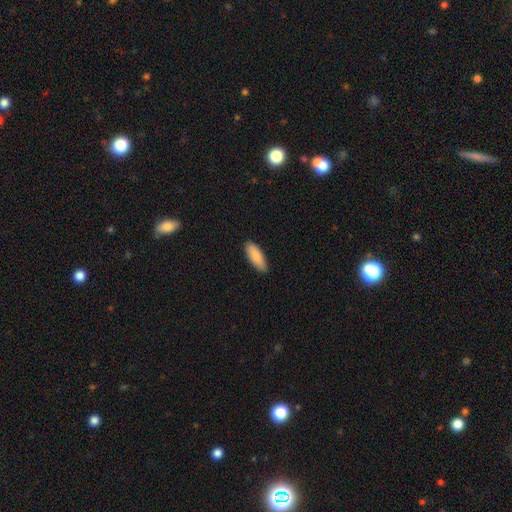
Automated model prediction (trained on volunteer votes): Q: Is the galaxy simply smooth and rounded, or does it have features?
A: smooth — 89%.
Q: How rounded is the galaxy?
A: in between — 68%.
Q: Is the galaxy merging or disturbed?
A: none — 88%.